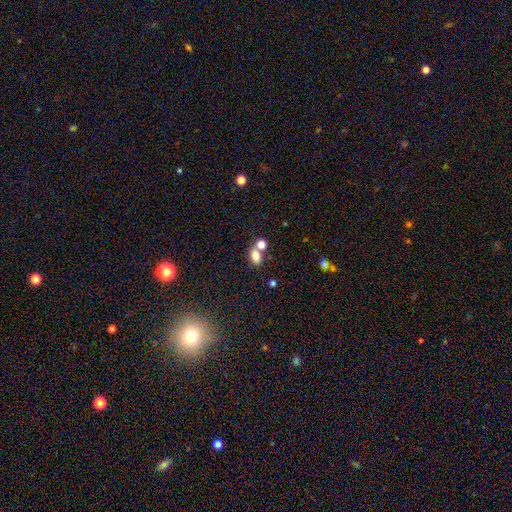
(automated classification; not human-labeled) A smooth galaxy with no disk features (78%) that is in between round and cigar-shaped (80%).

Vote fractions:
- Smooth or featured? smooth: 78% / star or artifact: 12% / featured or disk: 10%
- How rounded? in between: 80% / round: 18% / cigar-shaped: 2%
- Merging? none: 51% / merger: 34% / minor disturbance: 11% / major disturbance: 4%